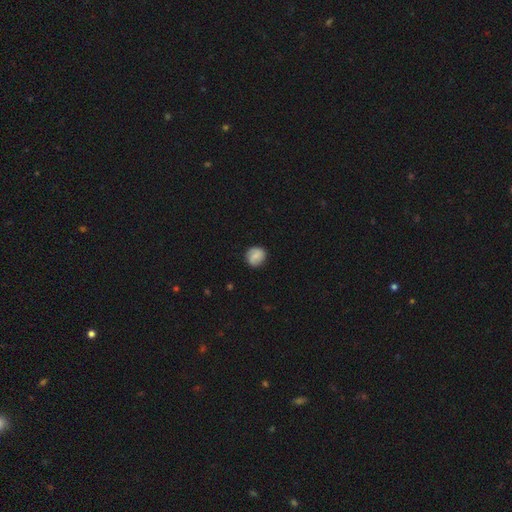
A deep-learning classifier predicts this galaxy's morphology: smooth_or_featured: smooth (p=0.66) [alt: featured or disk p=0.26]
how_rounded: round (p=0.82) [alt: in between p=0.17]
merging: none (p=0.83) [alt: minor disturbance p=0.13]